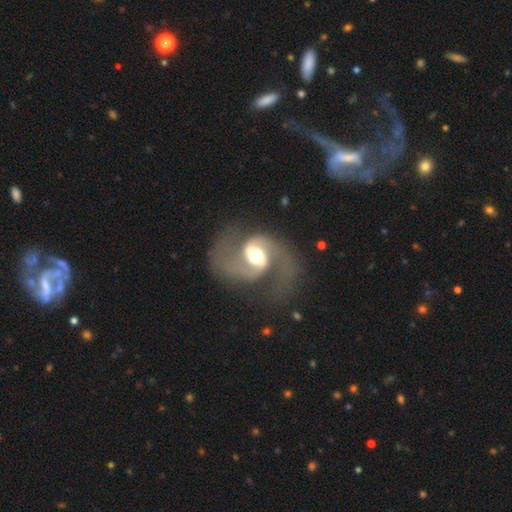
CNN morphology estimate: This appears to be a featured or disk galaxy (90%) with a weak bar (45%), 2 (93%) medium (55%) spiral arms (97%) and a moderate central bulge (58%). Merging: none (64%).